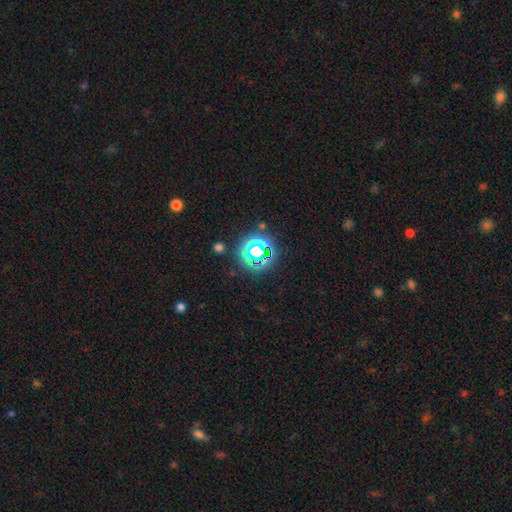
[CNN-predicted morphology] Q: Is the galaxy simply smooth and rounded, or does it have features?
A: star or artifact — 66%.